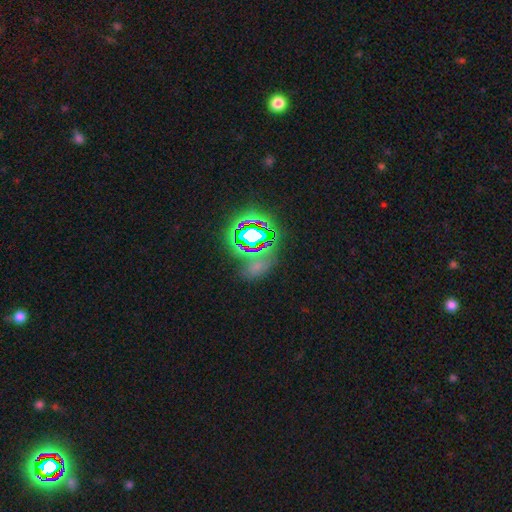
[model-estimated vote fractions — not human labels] Smooth or featured? Predicted: star or artifact (p=0.69).